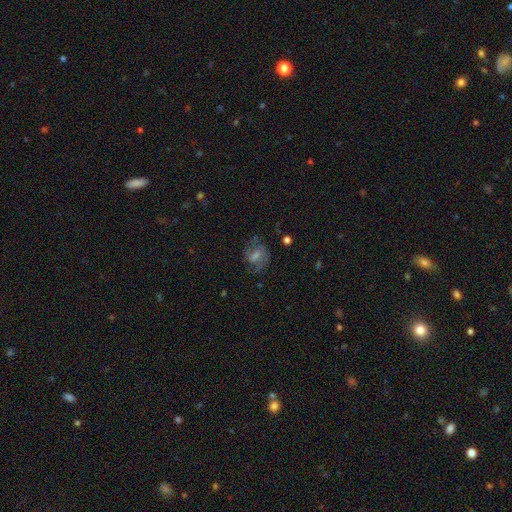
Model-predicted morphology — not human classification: Smooth or featured? featured or disk (62%)
Edge-on disk? no (97%)
Bar? weak (51%)
Spiral arms? yes (87%)
Spiral winding? medium (52%)
Spiral arm count? 2 (74%)
Bulge size? moderate (44%)
Merging? none (72%)